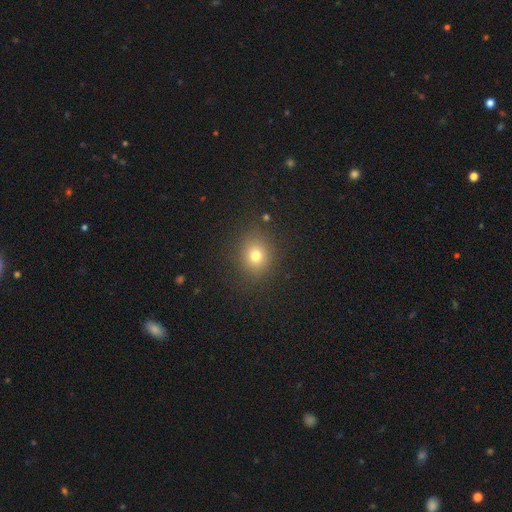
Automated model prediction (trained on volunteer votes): smooth 75%, star or artifact 16%, featured or disk 9%. Down the decision tree: how rounded — round (74%); merging — none (86%).